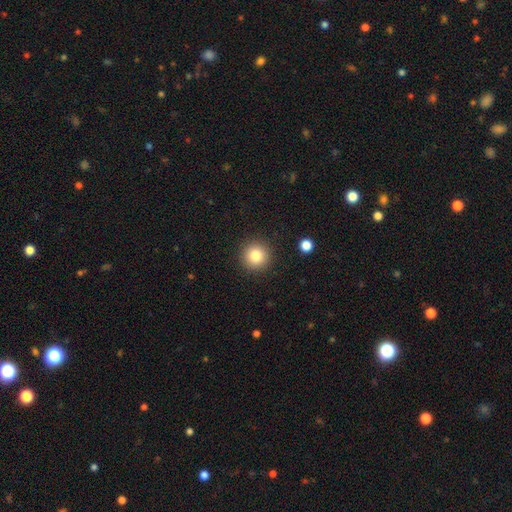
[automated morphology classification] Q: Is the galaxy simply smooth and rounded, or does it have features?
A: smooth — 82%.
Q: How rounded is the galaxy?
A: round — 95%.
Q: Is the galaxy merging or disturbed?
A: none — 91%.